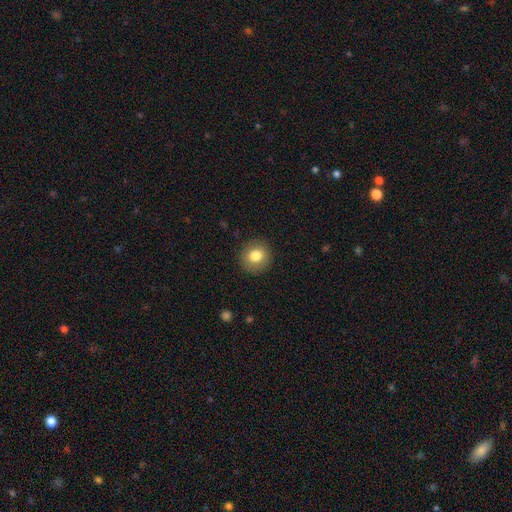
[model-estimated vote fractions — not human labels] This appears to be a smooth galaxy with no disk features (80%) that is round (89%). Merging: none (90%).